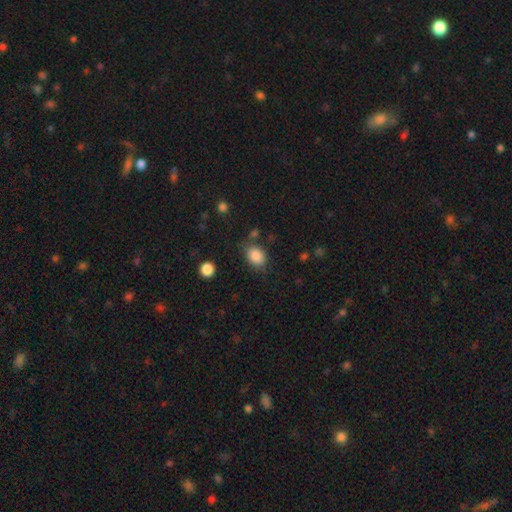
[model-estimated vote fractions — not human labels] Overall: smooth (87%). How rounded: in between (63%; round 36%). Merging: none (75%).